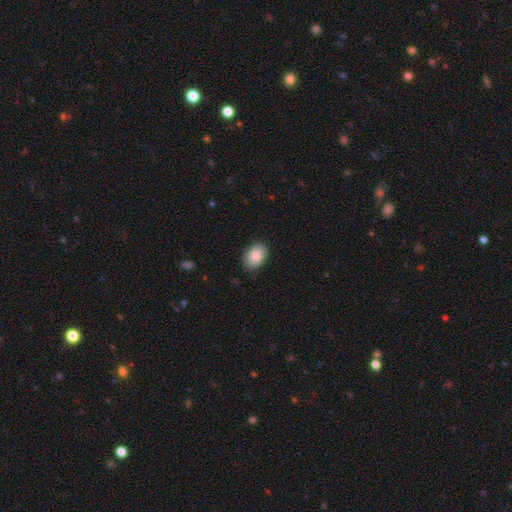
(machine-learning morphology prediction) Smooth or featured?
  - smooth: 87% *
  - star or artifact: 7%
  - featured or disk: 7%
How rounded?
  - in between: 84% *
  - round: 15%
  - cigar-shaped: 1%
Merging?
  - none: 86% *
  - minor disturbance: 11%
  - major disturbance: 2%
  - merger: 1%